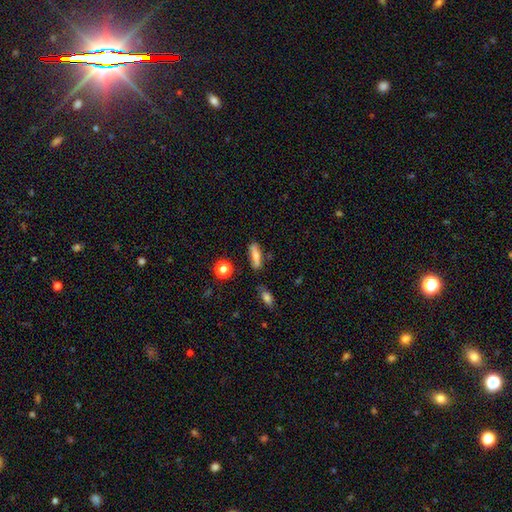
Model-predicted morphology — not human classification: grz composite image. It shows a smooth galaxy with no disk features (62%) that is cigar-shaped (59%). Merging: none (76%).